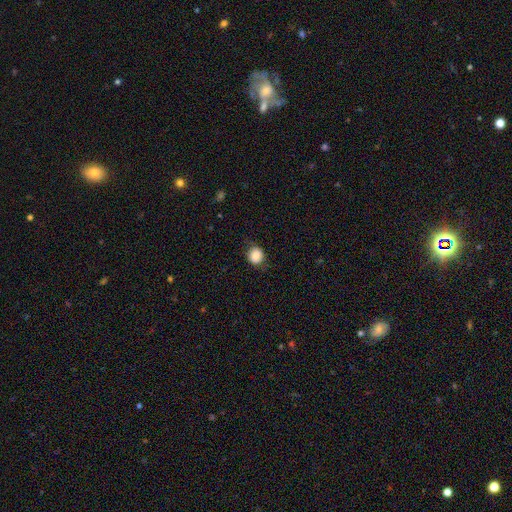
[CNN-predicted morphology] smooth-or-featured: smooth: 83% | star or artifact: 9% | featured or disk: 8%
  how-rounded: round: 76% | in between: 23% | cigar-shaped: 1%
  merging: none: 78% | minor disturbance: 16% | major disturbance: 5% | merger: 1%